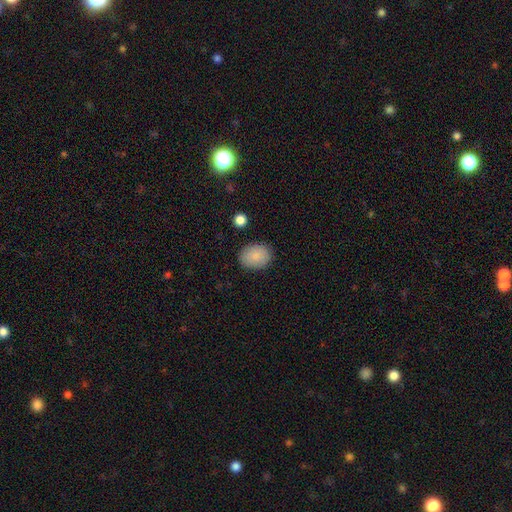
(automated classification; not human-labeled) A smooth galaxy with no disk features (86%) that is in between round and cigar-shaped (63%).

Vote fractions:
- Smooth or featured? smooth: 86% / star or artifact: 7% / featured or disk: 7%
- How rounded? in between: 63% / round: 36% / cigar-shaped: 1%
- Merging? none: 86% / minor disturbance: 10% / major disturbance: 3% / merger: 1%